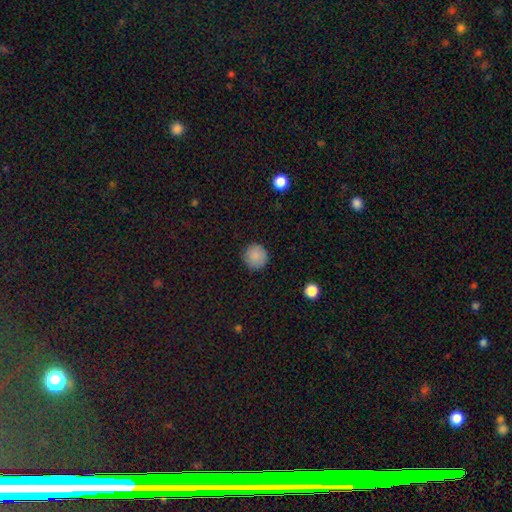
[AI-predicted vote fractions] A smooth galaxy with no disk features (87%) that is round (95%).

Vote fractions:
- Smooth or featured? smooth: 87% / star or artifact: 9% / featured or disk: 4%
- How rounded? round: 95% / in between: 4% / cigar-shaped: 1%
- Merging? none: 90% / minor disturbance: 7% / major disturbance: 2% / merger: 1%